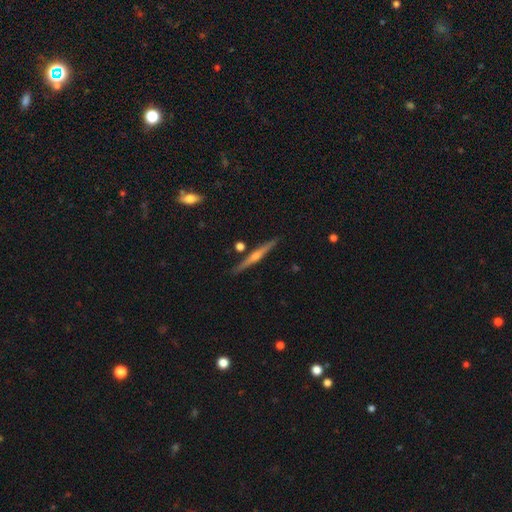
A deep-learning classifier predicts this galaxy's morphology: featured or disk 77%, smooth 17%, star or artifact 6%. Down the decision tree: edge-on disk — yes (98%); edge-on bulge — rounded (85%); merging — none (90%).